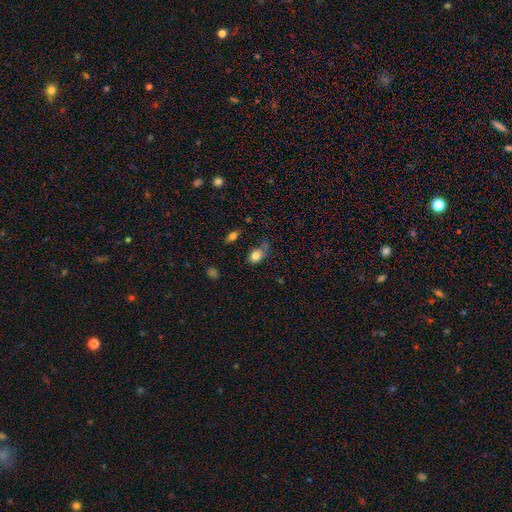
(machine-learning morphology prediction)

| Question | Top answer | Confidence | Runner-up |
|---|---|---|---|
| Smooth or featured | smooth | 81% | star or artifact (10%) |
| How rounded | in between | 66% | round (31%) |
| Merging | none | 41% | minor disturbance (36%) |